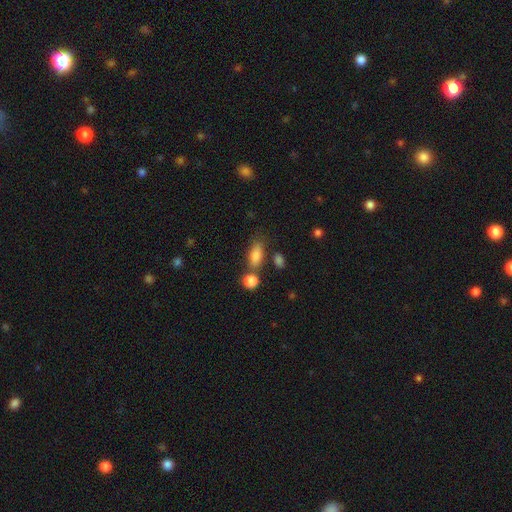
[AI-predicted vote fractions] The model was most divided on "merging": none: 58%, merger: 20%, minor disturbance: 16%, major disturbance: 6%. More confident: smooth or featured — smooth (82%); how rounded — in between (79%).